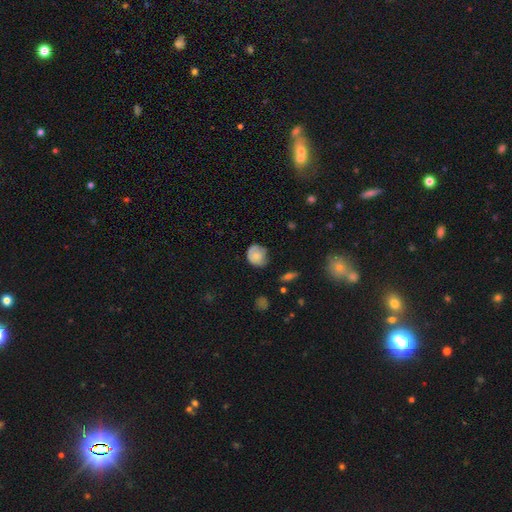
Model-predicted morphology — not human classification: Smooth or featured: smooth — 71% (featured or disk — 21%)
How rounded: round — 74% (in between — 25%)
Merging: none — 56% (minor disturbance — 34%)